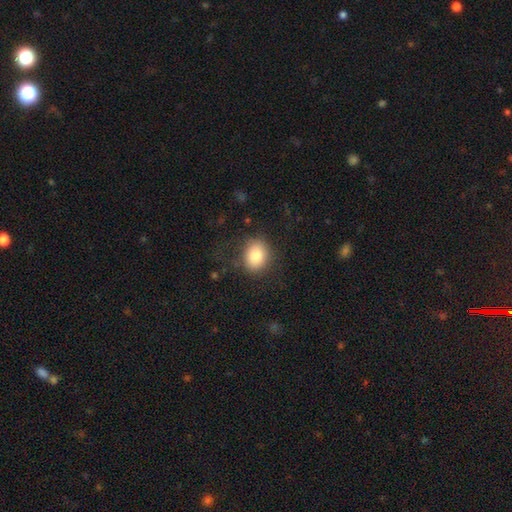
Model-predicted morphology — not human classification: smooth_or_featured: smooth (p=0.84) [alt: star or artifact p=0.09]
how_rounded: round (p=0.54) [alt: in between p=0.45]
merging: none (p=0.76) [alt: minor disturbance p=0.15]